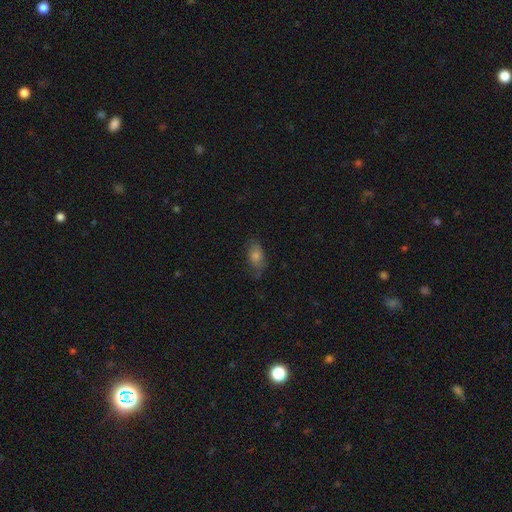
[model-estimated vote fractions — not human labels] Smooth or featured? Predicted: smooth (p=0.63). How rounded? Predicted: in between (p=0.82). Merging? Predicted: none (p=0.72).